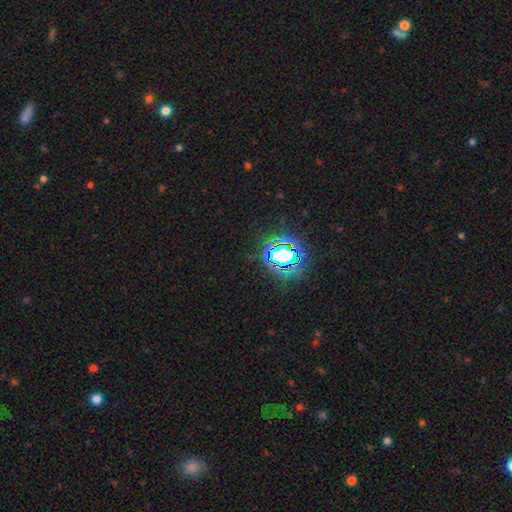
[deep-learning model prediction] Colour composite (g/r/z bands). It shows a star or artifact, not a galaxy (78%).